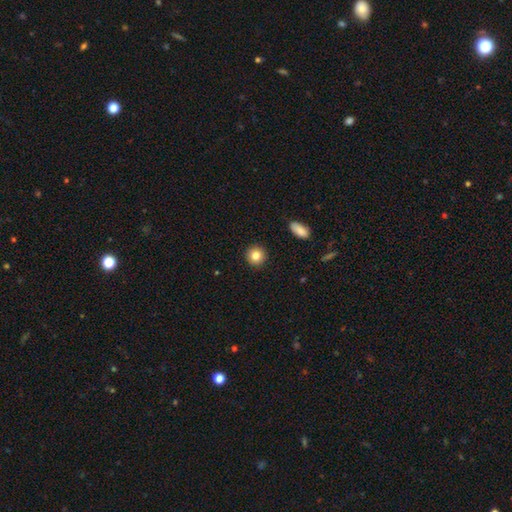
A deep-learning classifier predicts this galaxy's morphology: type=smooth (82%); roundness=round (92%); merging=none (92%).